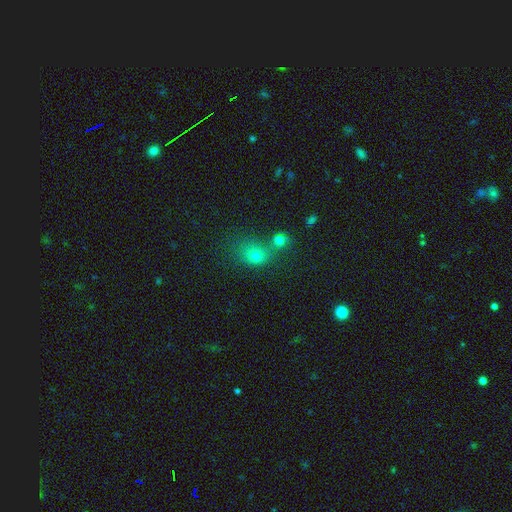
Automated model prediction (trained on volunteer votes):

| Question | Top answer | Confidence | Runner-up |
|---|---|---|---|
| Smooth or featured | smooth | 73% | star or artifact (17%) |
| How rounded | round | 67% | in between (32%) |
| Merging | merger | 45% | none (38%) |